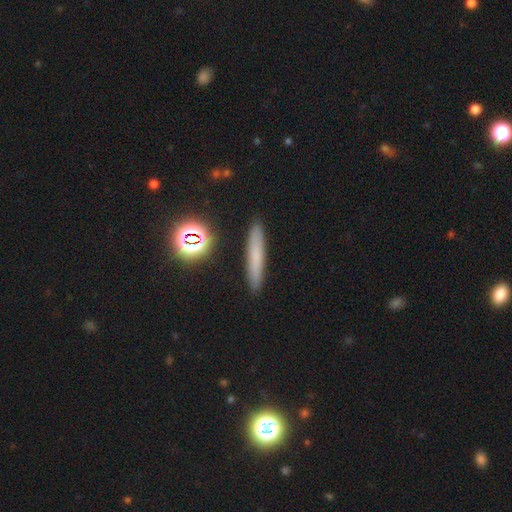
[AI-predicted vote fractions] Smooth or featured? Predicted: smooth (p=0.64). How rounded? Predicted: cigar-shaped (p=0.92). Merging? Predicted: none (p=0.90).